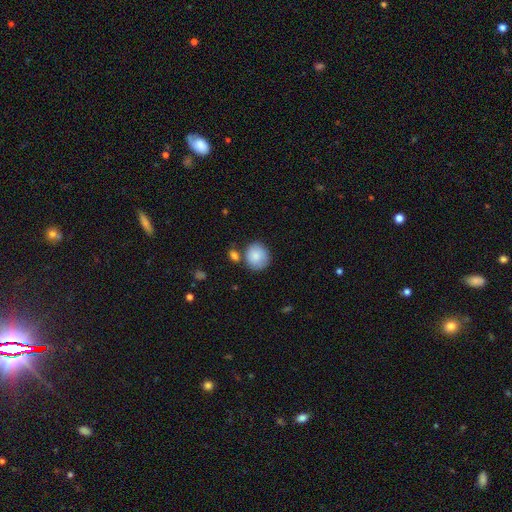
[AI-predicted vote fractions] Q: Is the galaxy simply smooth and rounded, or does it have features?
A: smooth — 87%.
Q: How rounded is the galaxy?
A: round — 83%.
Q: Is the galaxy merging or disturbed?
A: none — 64%.